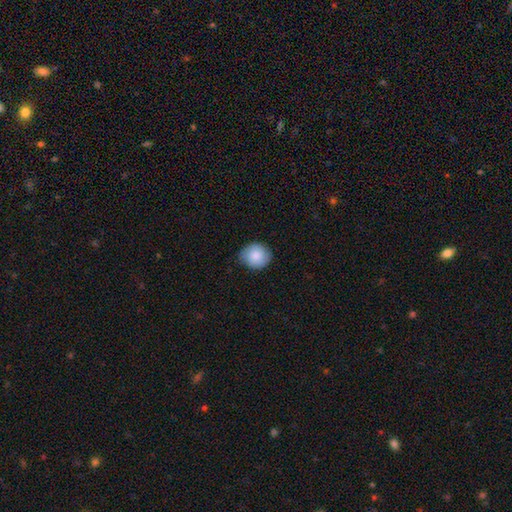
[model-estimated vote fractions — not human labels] A smooth galaxy with no disk features (84%) that is round (80%).

Vote fractions:
- Smooth or featured? smooth: 84% / featured or disk: 9% / star or artifact: 7%
- How rounded? round: 80% / in between: 19% / cigar-shaped: 1%
- Merging? none: 80% / minor disturbance: 17% / major disturbance: 3% / merger: 1%